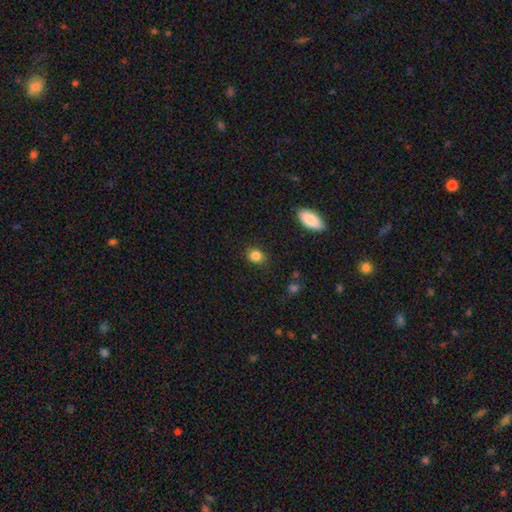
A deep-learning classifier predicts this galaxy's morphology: Overall: smooth (85%). How rounded: round (65%; in between 34%). Merging: none (85%).